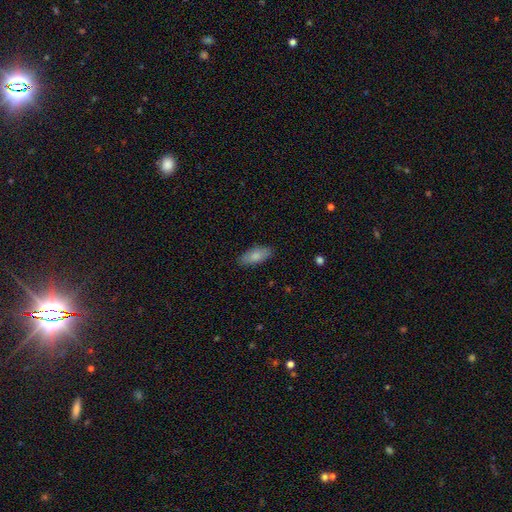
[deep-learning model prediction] Smooth or featured? Predicted: smooth (p=0.83). How rounded? Predicted: in between (p=0.83). Merging? Predicted: none (p=0.86).